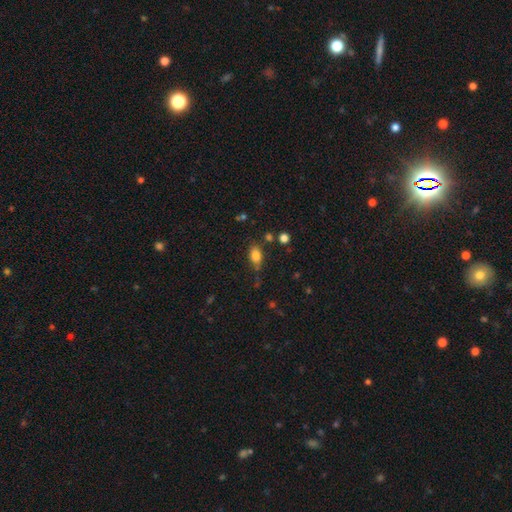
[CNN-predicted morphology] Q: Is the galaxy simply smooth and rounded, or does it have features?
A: smooth — 81%.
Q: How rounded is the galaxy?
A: in between — 84%.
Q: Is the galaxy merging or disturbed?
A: none — 70%.